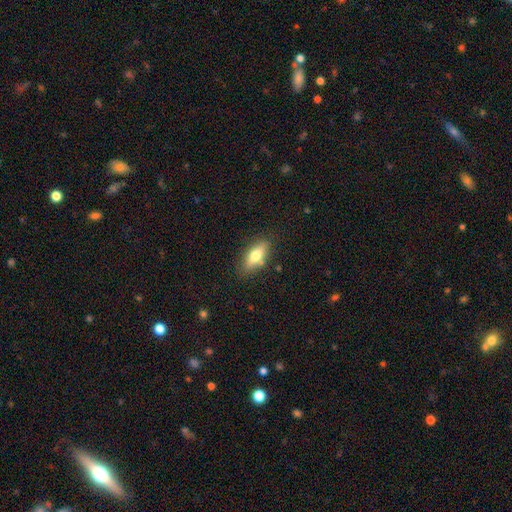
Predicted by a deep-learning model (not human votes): Q: Smooth or featured?
A: smooth (70%); runner-up: featured or disk (23%)
Q: How rounded?
A: in between (75%); runner-up: cigar-shaped (22%)
Q: Merging?
A: none (80%); runner-up: minor disturbance (14%)